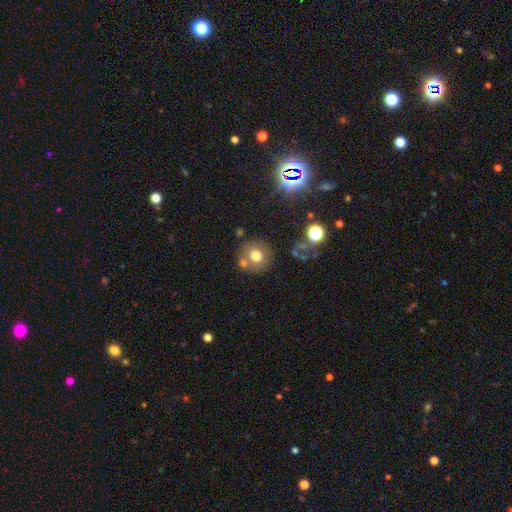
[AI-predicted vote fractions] smooth 70%, featured or disk 16%, star or artifact 14%. Down the decision tree: how rounded — round (90%); merging — none (68%).